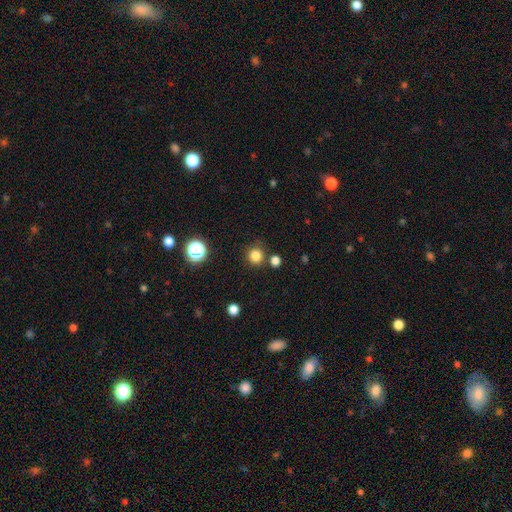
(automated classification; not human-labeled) A smooth galaxy with no disk features (81%) that is round (93%).

Vote fractions:
- Smooth or featured? smooth: 81% / star or artifact: 14% / featured or disk: 4%
- How rounded? round: 93% / in between: 6% / cigar-shaped: 1%
- Merging? none: 83% / minor disturbance: 8% / merger: 7% / major disturbance: 3%